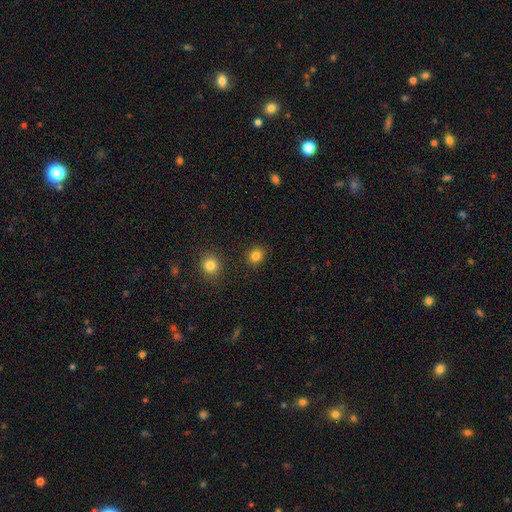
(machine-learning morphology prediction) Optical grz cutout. It shows a smooth galaxy with no disk features (84%) that is round (74%). Merging: none (88%).